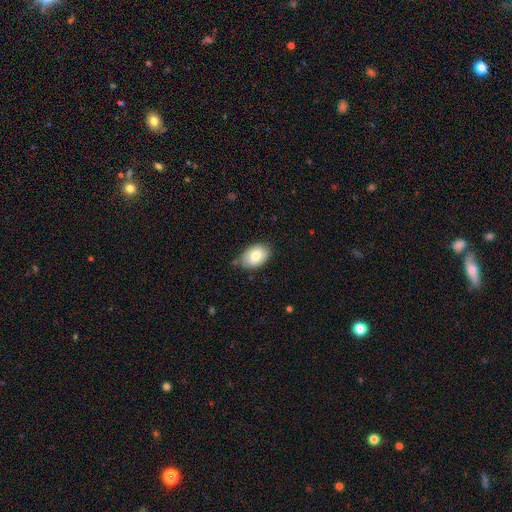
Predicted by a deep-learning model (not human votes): smooth_or_featured: smooth (p=0.74) [alt: featured or disk p=0.18]
how_rounded: in between (p=0.86) [alt: round p=0.13]
merging: none (p=0.72) [alt: minor disturbance p=0.23]